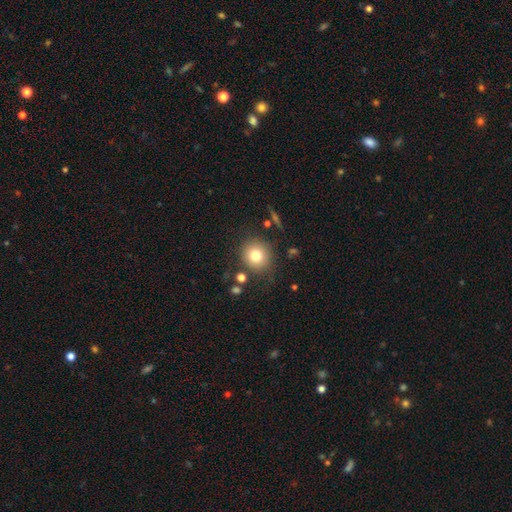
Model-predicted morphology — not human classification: Smooth or featured: smooth — 78% (star or artifact — 12%)
How rounded: round — 90% (in between — 9%)
Merging: none — 83% (minor disturbance — 9%)